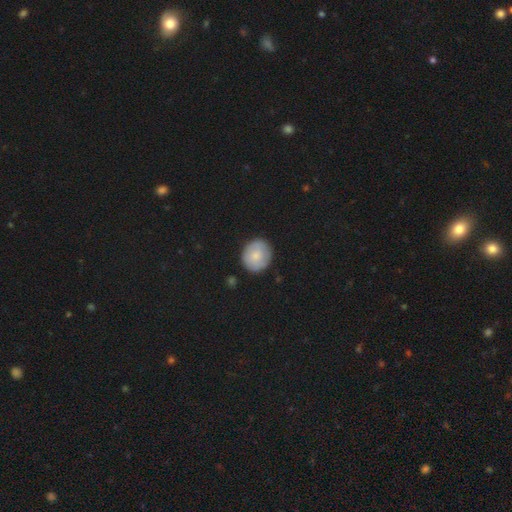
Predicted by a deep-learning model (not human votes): This is likely a smooth galaxy (78%). How rounded: clearly round (82%). Merging: clearly none (85%).